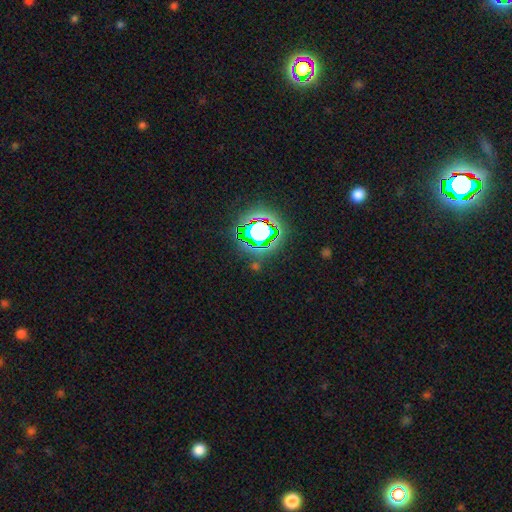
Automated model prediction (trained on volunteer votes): smooth_or_featured: star or artifact (p=0.80) [alt: smooth p=0.12]